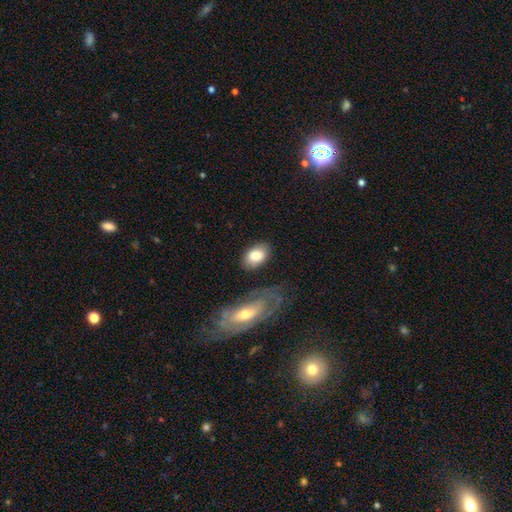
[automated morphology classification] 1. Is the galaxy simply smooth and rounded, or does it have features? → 83% smooth, 11% featured or disk, 6% star or artifact.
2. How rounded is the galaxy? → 88% in between, 11% round, 2% cigar-shaped.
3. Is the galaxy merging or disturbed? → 75% none, 15% minor disturbance, 6% merger, 5% major disturbance.